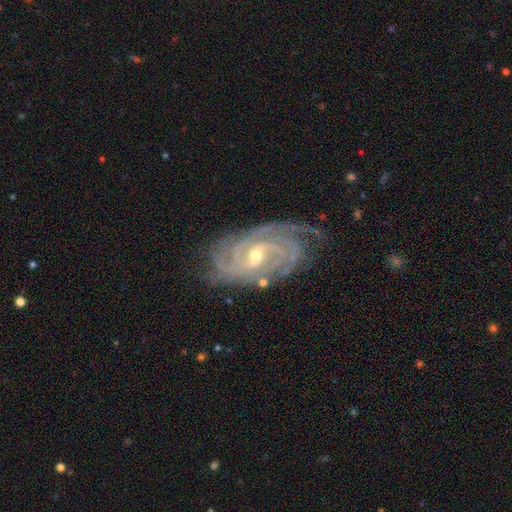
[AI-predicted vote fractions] featured or disk 92%, star or artifact 5%, smooth 3%. Down the decision tree: edge-on disk — no (96%); bar — weak (44%); spiral arms — yes (98%); spiral arm count — 3 (28%); spiral winding — tight (73%); bulge size — small (56%); merging — none (71%).